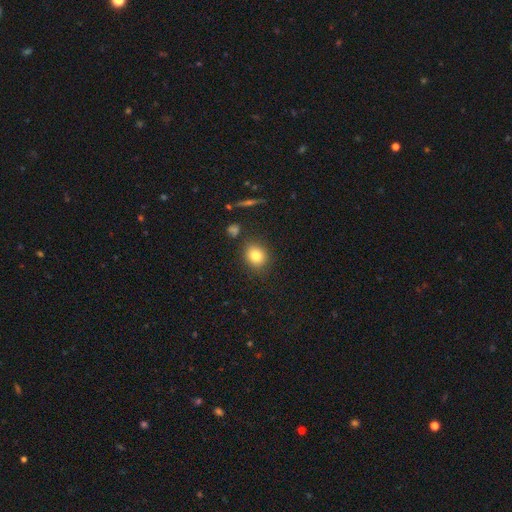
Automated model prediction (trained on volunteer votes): Smooth or featured?
  - smooth: 80% *
  - star or artifact: 11%
  - featured or disk: 9%
How rounded?
  - round: 71% *
  - in between: 27%
  - cigar-shaped: 1%
Merging?
  - none: 84% *
  - minor disturbance: 10%
  - merger: 3%
  - major disturbance: 3%